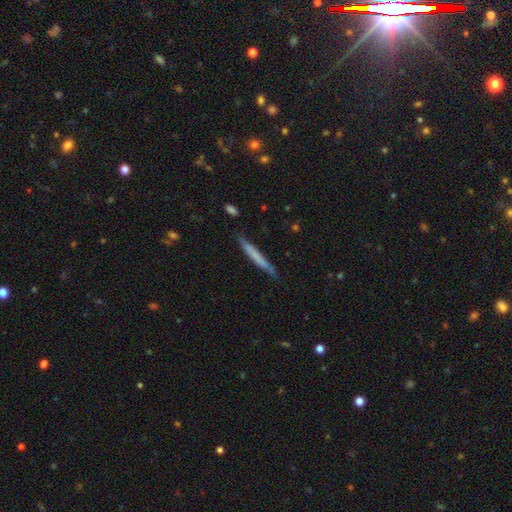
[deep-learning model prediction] A smooth galaxy with no disk features (61%) that is cigar-shaped (96%).

Vote fractions:
- Smooth or featured? smooth: 61% / featured or disk: 33% / star or artifact: 6%
- How rounded? cigar-shaped: 96% / in between: 2% / round: 1%
- Merging? none: 83% / minor disturbance: 14% / major disturbance: 2% / merger: 2%